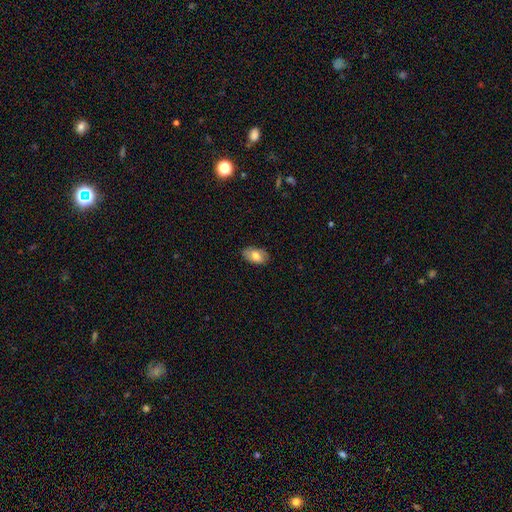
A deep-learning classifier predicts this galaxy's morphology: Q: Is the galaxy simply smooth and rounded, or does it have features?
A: smooth — 71%.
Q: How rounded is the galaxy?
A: in between — 93%.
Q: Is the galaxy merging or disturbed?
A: none — 81%.